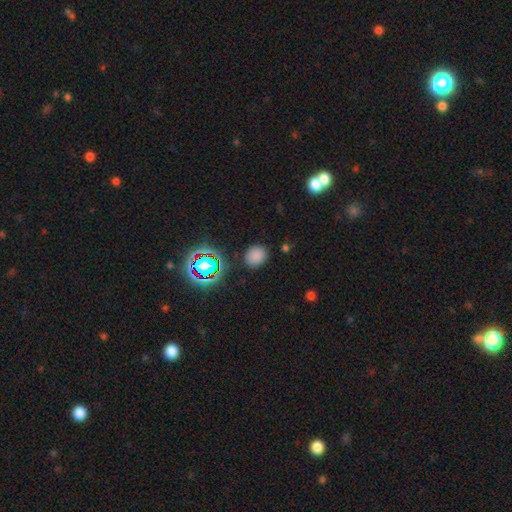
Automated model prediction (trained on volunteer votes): smooth-or-featured: smooth: 75% | star or artifact: 20% | featured or disk: 6%
  how-rounded: round: 67% | in between: 32% | cigar-shaped: 1%
  merging: none: 85% | minor disturbance: 10% | major disturbance: 3% | merger: 2%